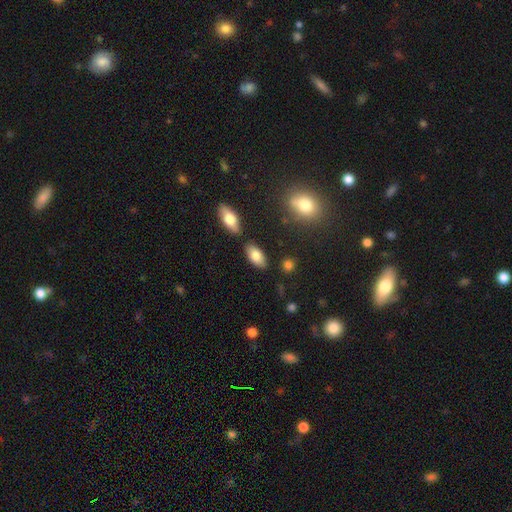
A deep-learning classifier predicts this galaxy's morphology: smooth 82%, featured or disk 11%, star or artifact 7%. Down the decision tree: how rounded — in between (92%); merging — none (80%).